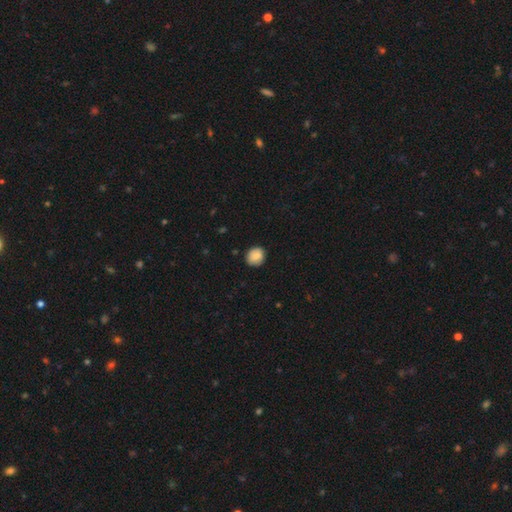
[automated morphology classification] Smooth or featured? Predicted: smooth (p=0.83). How rounded? Predicted: round (p=0.82). Merging? Predicted: none (p=0.84).